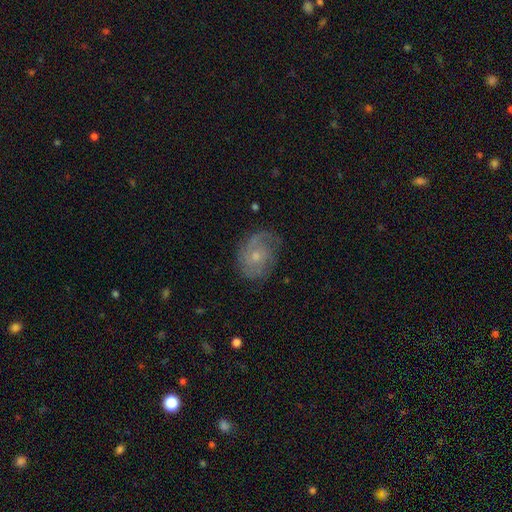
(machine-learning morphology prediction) featured or disk 71%, smooth 21%, star or artifact 8%. Down the decision tree: edge-on disk — no (97%); bar — no (76%); spiral arms — yes (89%); spiral arm count — 2 (36%); spiral winding — tight (45%); bulge size — small (59%); merging — none (69%).